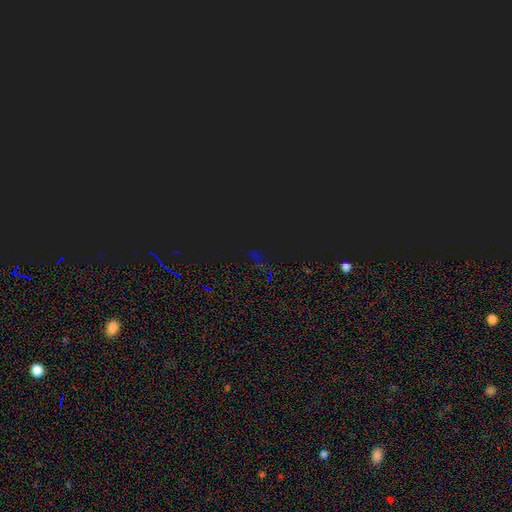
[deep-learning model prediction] Smooth or featured? Predicted: star or artifact (p=0.81).